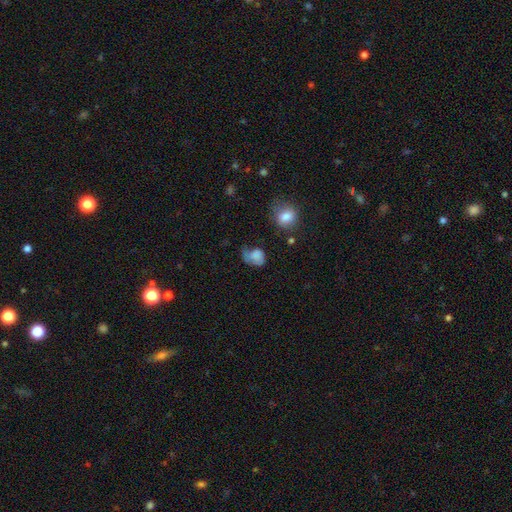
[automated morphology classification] smooth 69%, featured or disk 21%, star or artifact 10%. Down the decision tree: how rounded — in between (59%); merging — major disturbance (35%).